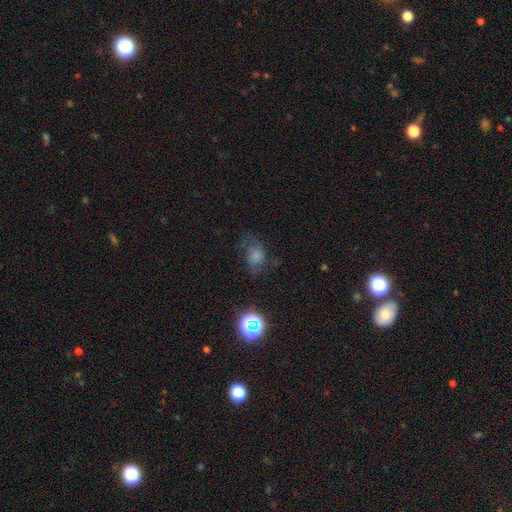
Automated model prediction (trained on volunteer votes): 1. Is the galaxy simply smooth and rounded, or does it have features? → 64% smooth, 19% featured or disk, 17% star or artifact.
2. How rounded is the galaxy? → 61% in between, 37% round, 1% cigar-shaped.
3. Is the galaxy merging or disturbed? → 49% none, 27% minor disturbance, 22% major disturbance, 2% merger.